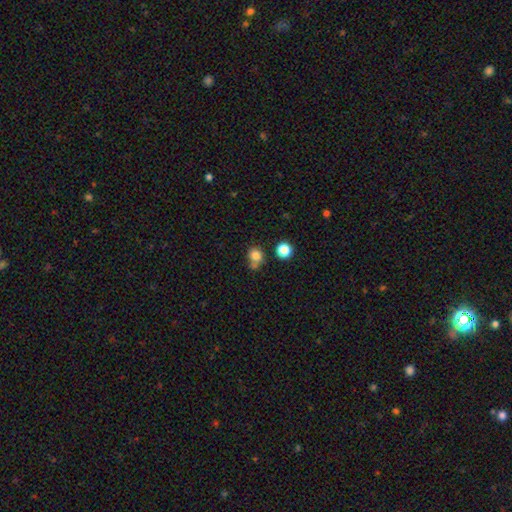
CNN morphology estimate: Q: Smooth or featured?
A: smooth (79%); runner-up: star or artifact (13%)
Q: How rounded?
A: round (81%); runner-up: in between (18%)
Q: Merging?
A: none (55%); runner-up: merger (23%)